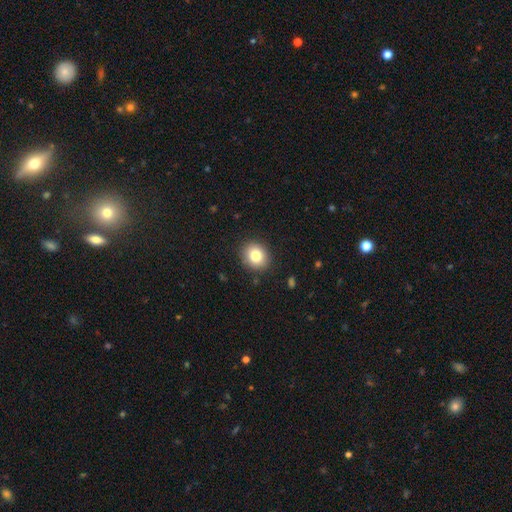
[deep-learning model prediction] Q: Smooth or featured?
A: smooth (81%); runner-up: star or artifact (10%)
Q: How rounded?
A: round (77%); runner-up: in between (23%)
Q: Merging?
A: none (90%); runner-up: minor disturbance (7%)